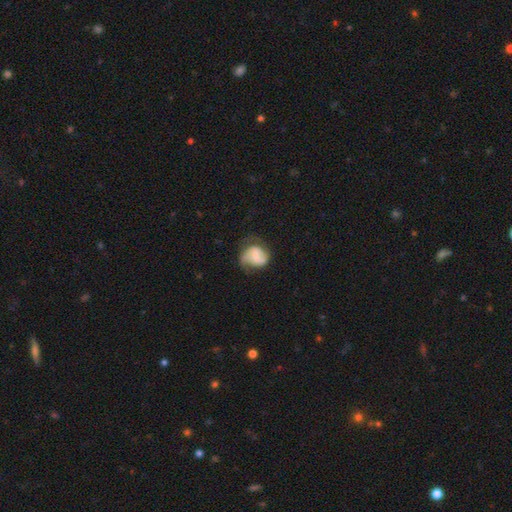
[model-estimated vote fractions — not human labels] Smooth or featured? Predicted: featured or disk (p=0.50). Merging? Predicted: none (p=0.42).